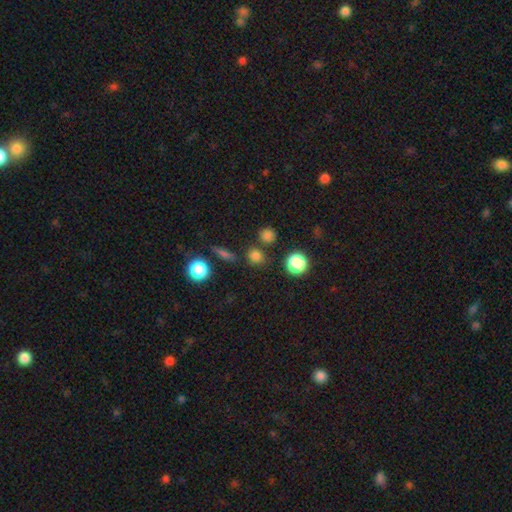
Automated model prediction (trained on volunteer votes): A smooth galaxy with no disk features (74%) that is round (84%). Merging: none (80%).